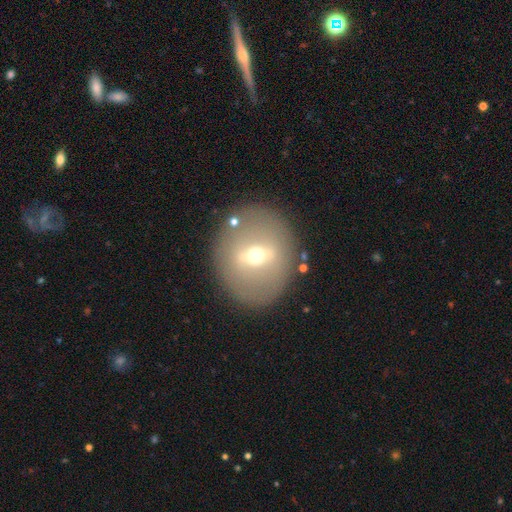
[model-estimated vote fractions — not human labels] A featured or disk galaxy (47%). Merging: none (84%).